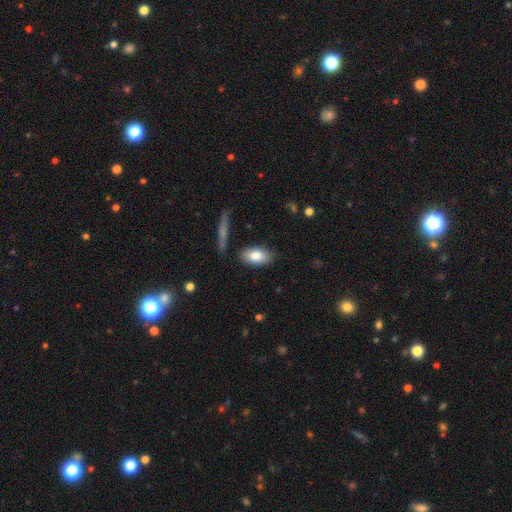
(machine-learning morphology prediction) Smooth or featured? smooth (81%)
How rounded? in between (91%)
Merging? none (84%)